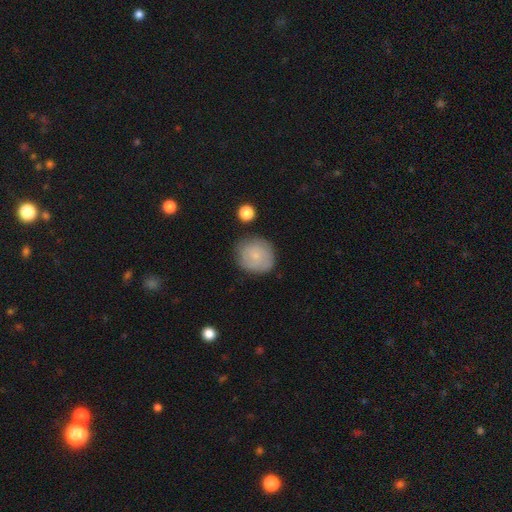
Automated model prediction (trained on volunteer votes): smooth_or_featured: smooth (p=0.68) [alt: featured or disk p=0.24]
how_rounded: round (p=0.84) [alt: in between p=0.15]
merging: none (p=0.76) [alt: minor disturbance p=0.17]